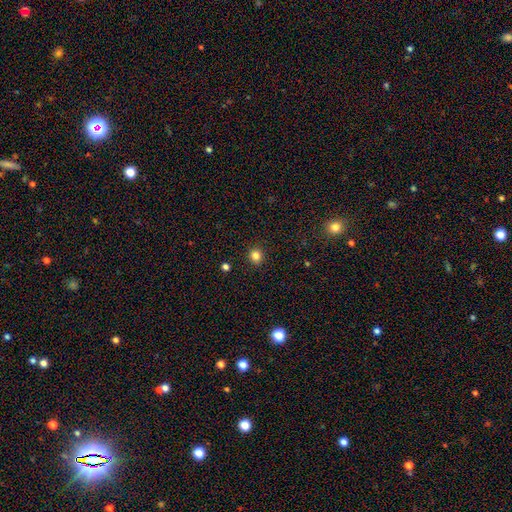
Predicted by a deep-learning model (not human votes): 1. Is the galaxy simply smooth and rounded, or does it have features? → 83% smooth, 13% star or artifact, 4% featured or disk.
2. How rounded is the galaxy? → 83% round, 16% in between, 1% cigar-shaped.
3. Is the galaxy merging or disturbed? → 91% none, 6% minor disturbance, 2% major disturbance, 1% merger.